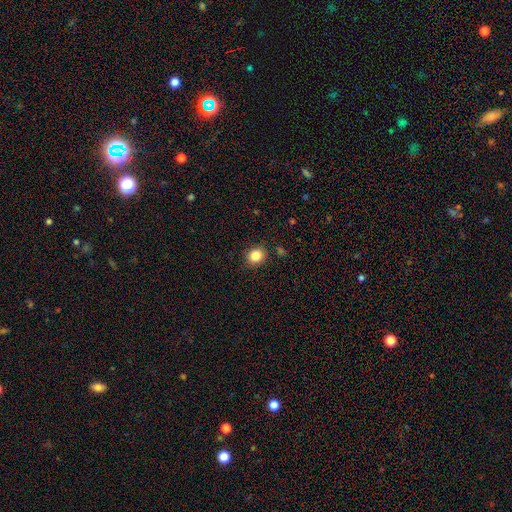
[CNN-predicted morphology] Smooth or featured? smooth (84%)
How rounded? round (78%)
Merging? none (88%)